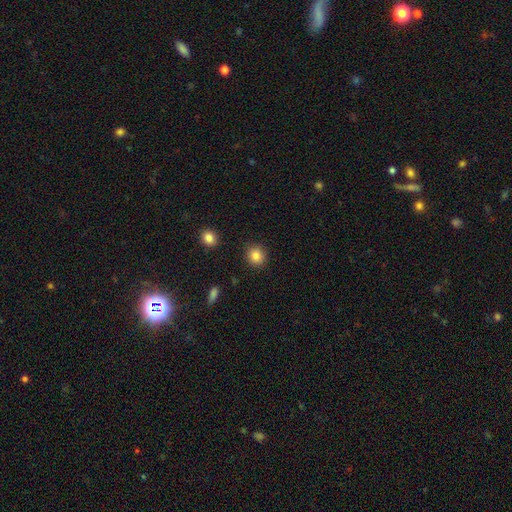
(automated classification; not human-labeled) Morphology: type=smooth (86%); roundness=round (82%); merging=none (89%).